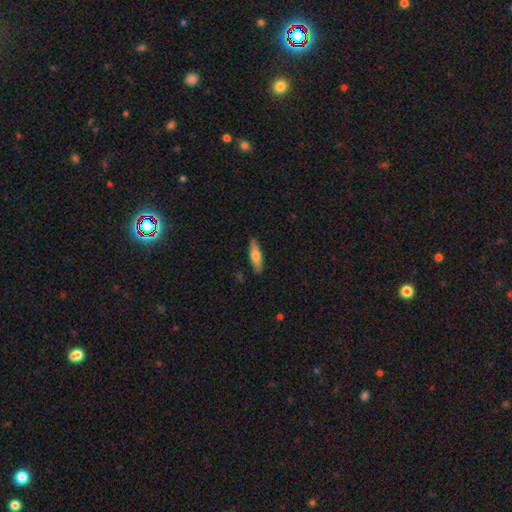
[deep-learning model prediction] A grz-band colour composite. It shows a smooth galaxy with no disk features (66%) that is cigar-shaped (66%). Merging: none (89%).